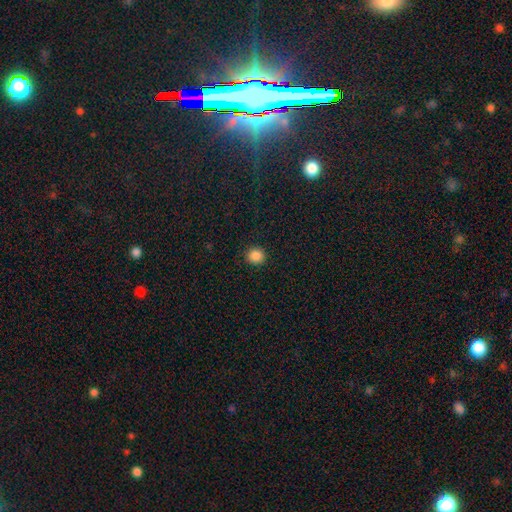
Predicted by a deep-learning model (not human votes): smooth-or-featured: smooth: 87% | star or artifact: 11% | featured or disk: 3%
  how-rounded: round: 91% | in between: 8% | cigar-shaped: 1%
  merging: none: 91% | minor disturbance: 6% | major disturbance: 2% | merger: 1%